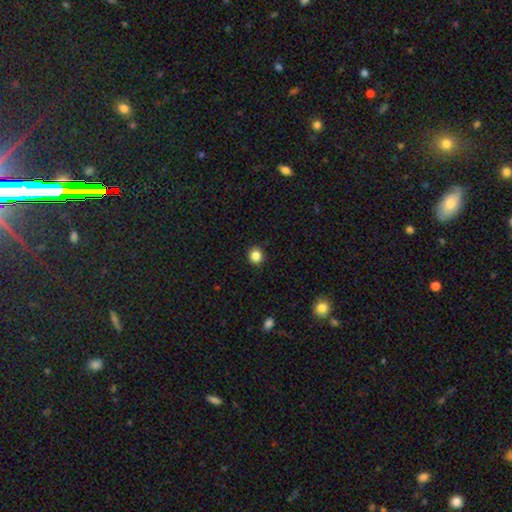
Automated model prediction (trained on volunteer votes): Smooth or featured?
  - smooth: 85% *
  - star or artifact: 11%
  - featured or disk: 4%
How rounded?
  - round: 90% *
  - in between: 9%
  - cigar-shaped: 1%
Merging?
  - none: 92% *
  - minor disturbance: 5%
  - major disturbance: 2%
  - merger: 1%